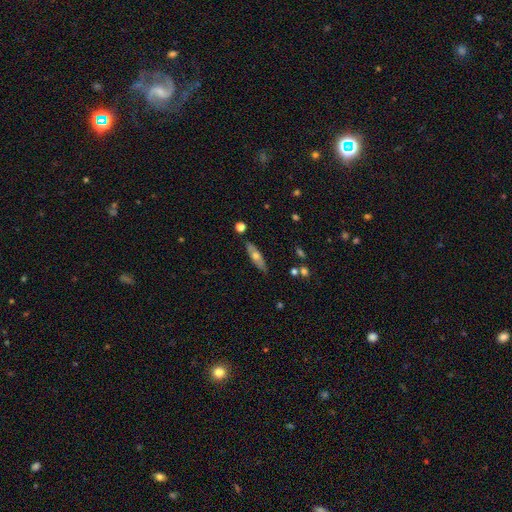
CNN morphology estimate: type=smooth (52%); roundness=in between (49%); merging=none (83%).